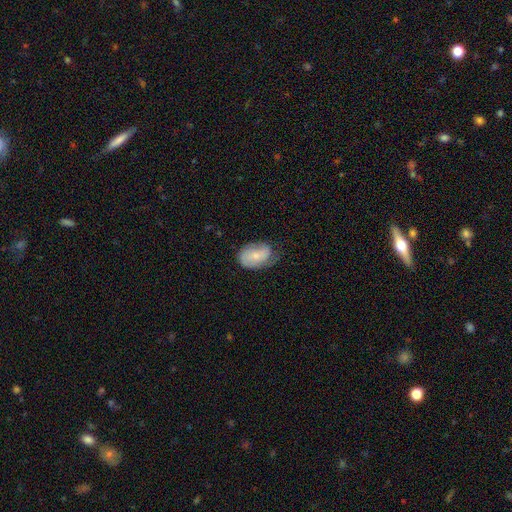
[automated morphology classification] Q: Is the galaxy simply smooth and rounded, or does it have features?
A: smooth — 48%.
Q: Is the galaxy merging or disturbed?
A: none — 52%.